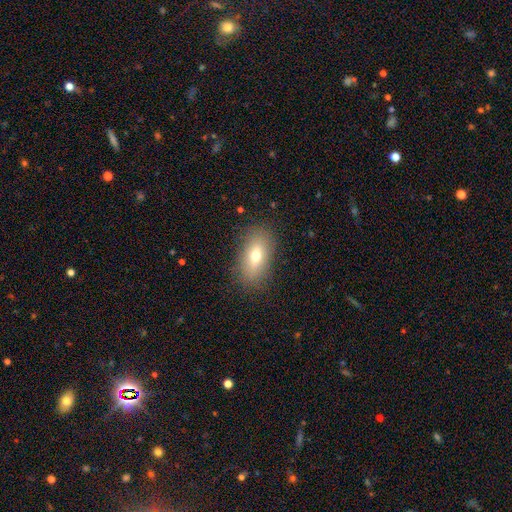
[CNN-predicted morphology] Smooth or featured: smooth — 68% (featured or disk — 22%)
How rounded: in between — 83% (cigar-shaped — 9%)
Merging: none — 85% (minor disturbance — 10%)